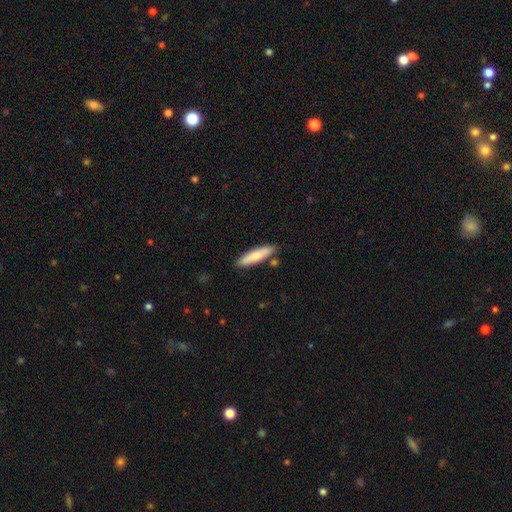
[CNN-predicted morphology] type=smooth (80%); roundness=cigar-shaped (78%); merging=none (82%).